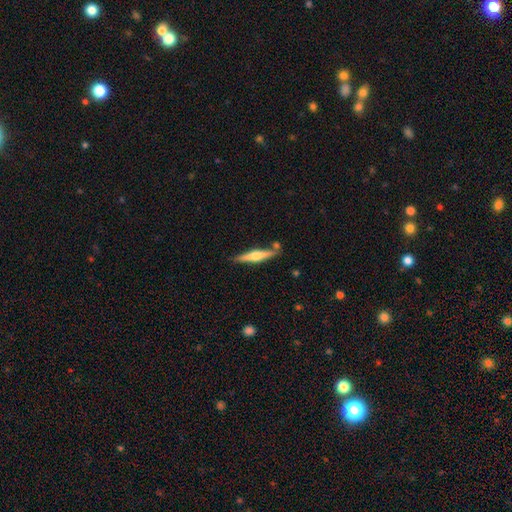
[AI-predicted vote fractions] This is possibly a featured or disk galaxy (55%). It is clearly viewed edge-on (96%). Edge-on bulge: clearly rounded (84%). Merging: likely none (79%).